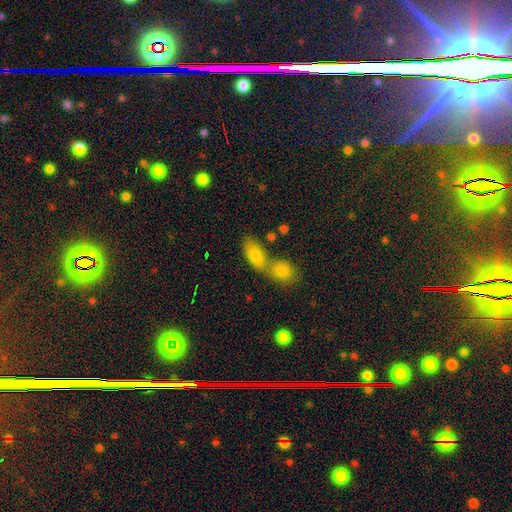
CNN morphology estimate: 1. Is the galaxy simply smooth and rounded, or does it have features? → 78% smooth, 11% featured or disk, 11% star or artifact.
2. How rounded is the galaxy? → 84% in between, 9% cigar-shaped, 8% round.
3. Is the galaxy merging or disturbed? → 52% merger, 36% none, 8% minor disturbance, 4% major disturbance.